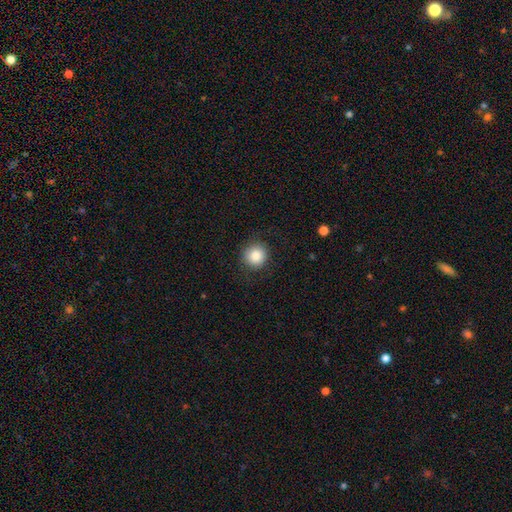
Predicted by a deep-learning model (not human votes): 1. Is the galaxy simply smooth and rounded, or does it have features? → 85% smooth, 9% star or artifact, 5% featured or disk.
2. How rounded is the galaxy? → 93% round, 6% in between, 1% cigar-shaped.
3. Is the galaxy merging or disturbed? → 88% none, 8% minor disturbance, 3% major disturbance, 1% merger.